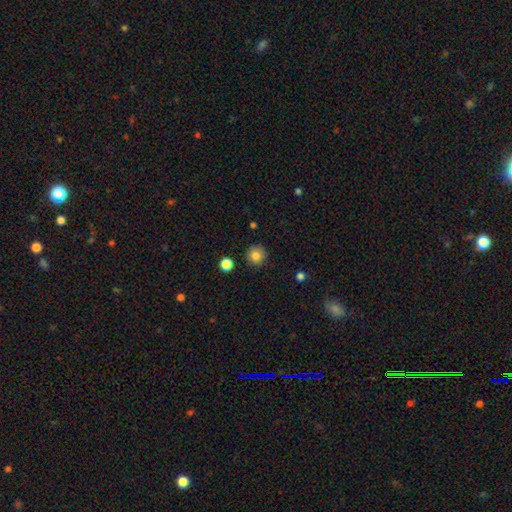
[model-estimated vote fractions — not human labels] The model was most divided on "smooth or featured": smooth: 83%, star or artifact: 10%, featured or disk: 7%. More confident: how rounded — round (93%); merging — none (87%).